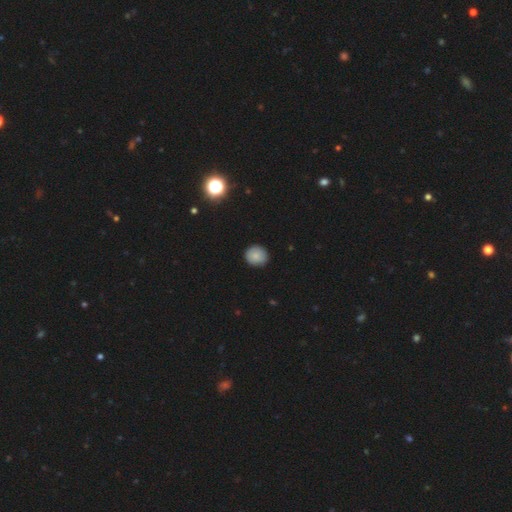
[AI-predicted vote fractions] A smooth galaxy with no disk features (84%) that is round (86%).

Vote fractions:
- Smooth or featured? smooth: 84% / star or artifact: 9% / featured or disk: 7%
- How rounded? round: 86% / in between: 13% / cigar-shaped: 1%
- Merging? none: 90% / minor disturbance: 8% / major disturbance: 2% / merger: 1%